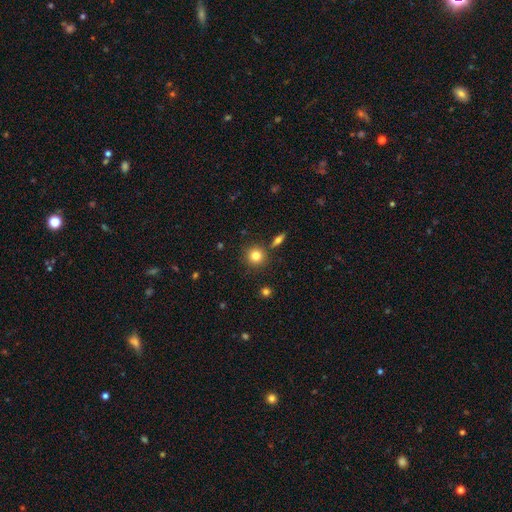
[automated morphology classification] smooth-or-featured: smooth: 80% | star or artifact: 11% | featured or disk: 9%
  how-rounded: round: 91% | in between: 7% | cigar-shaped: 1%
  merging: none: 83% | minor disturbance: 8% | merger: 7% | major disturbance: 2%